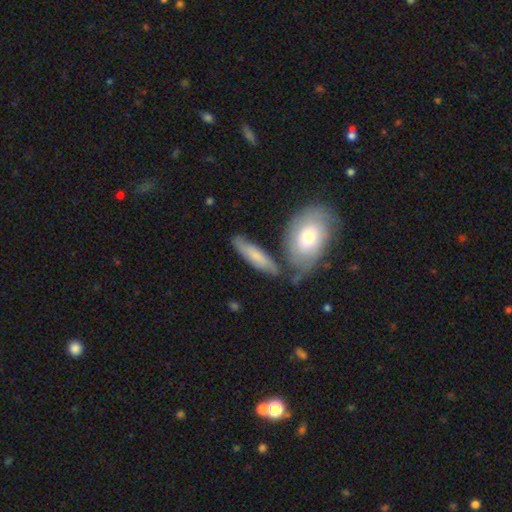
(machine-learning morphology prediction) A smooth galaxy with no disk features (64%) that is cigar-shaped (58%). Merging: none (64%).